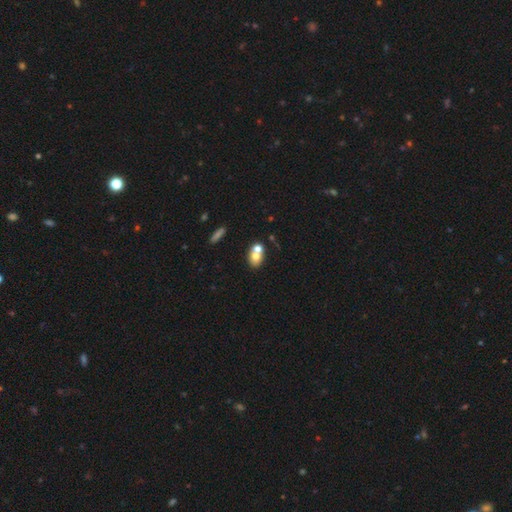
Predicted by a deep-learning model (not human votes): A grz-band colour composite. It shows a smooth galaxy with no disk features (68%) that is in between round and cigar-shaped (58%). Merging: merger (54%).